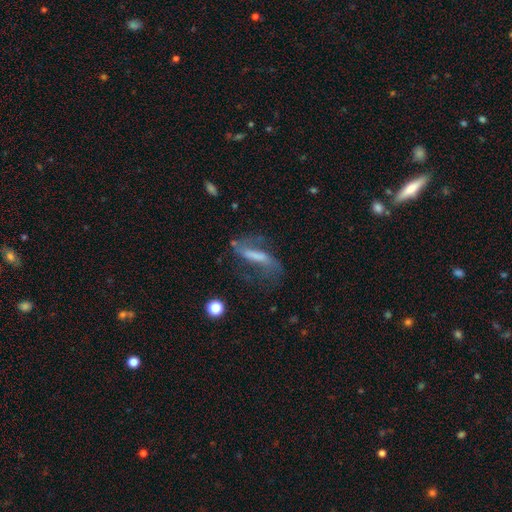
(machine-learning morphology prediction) Smooth or featured?
  - featured or disk: 57% *
  - smooth: 31%
  - star or artifact: 12%
Edge-on disk?
  - no: 78% *
  - yes: 22%
Merging?
  - none: 50% *
  - major disturbance: 24%
  - minor disturbance: 22%
  - merger: 4%